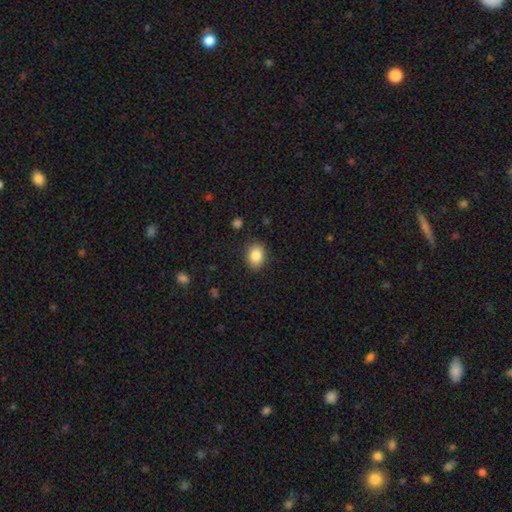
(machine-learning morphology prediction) smooth 85%, star or artifact 9%, featured or disk 7%. Down the decision tree: how rounded — in between (61%); merging — none (87%).